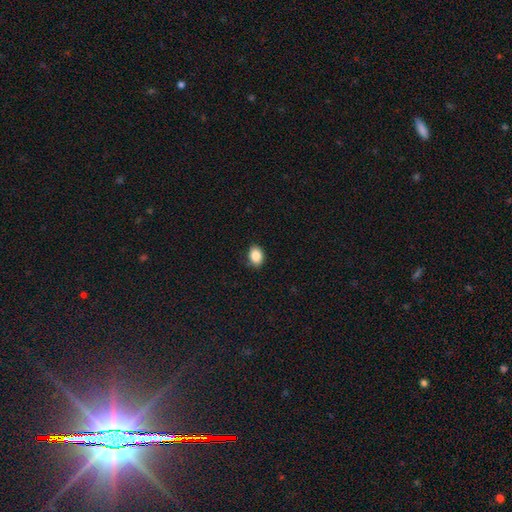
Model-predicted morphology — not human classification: smooth 87%, star or artifact 9%, featured or disk 4%. Down the decision tree: how rounded — in between (75%); merging — none (86%).